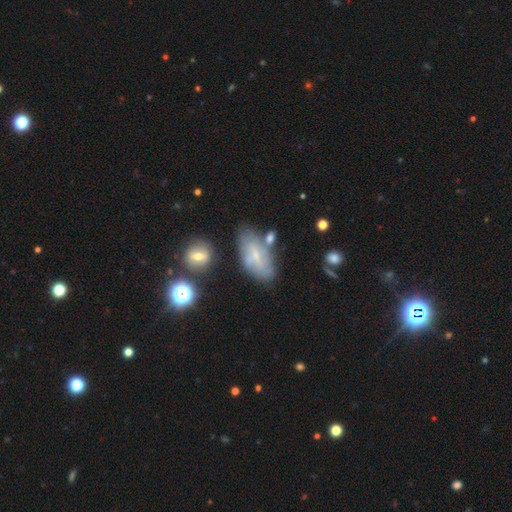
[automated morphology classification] A smooth galaxy with no disk features (49%).

Vote fractions:
- Smooth or featured? smooth: 49% / featured or disk: 41% / star or artifact: 10%
- Merging? none: 56% / minor disturbance: 24% / merger: 11% / major disturbance: 10%